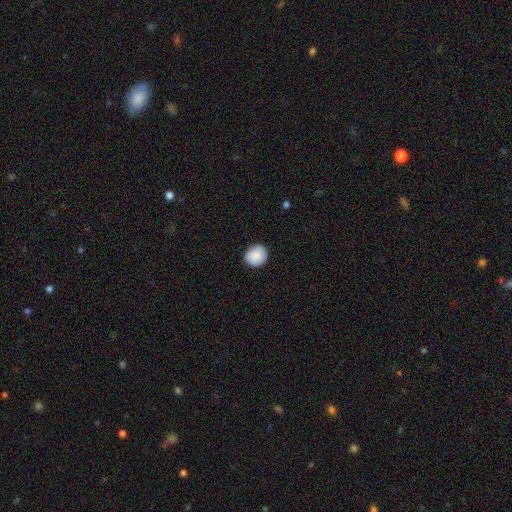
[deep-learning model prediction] A smooth galaxy with no disk features (89%) that is round (87%). Merging: none (89%).